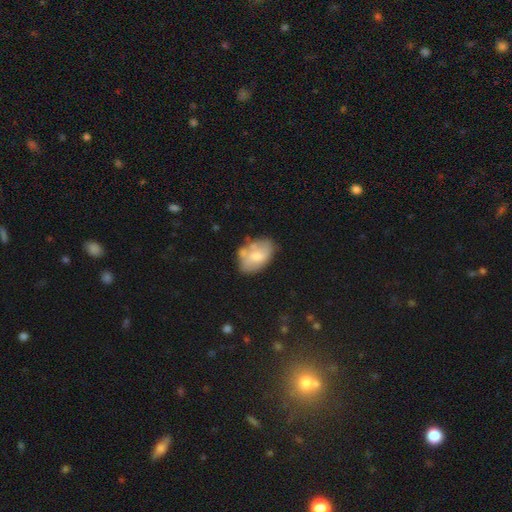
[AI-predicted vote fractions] Smooth or featured?
  - smooth: 66% *
  - featured or disk: 27%
  - star or artifact: 7%
How rounded?
  - in between: 89% *
  - round: 10%
  - cigar-shaped: 1%
Merging?
  - none: 49% *
  - minor disturbance: 27%
  - merger: 14%
  - major disturbance: 10%